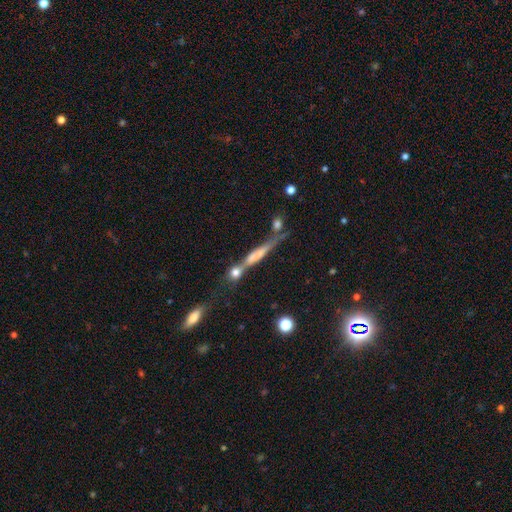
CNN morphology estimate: A featured or disk galaxy (52%) viewed edge-on (83%). Merging: none (47%).